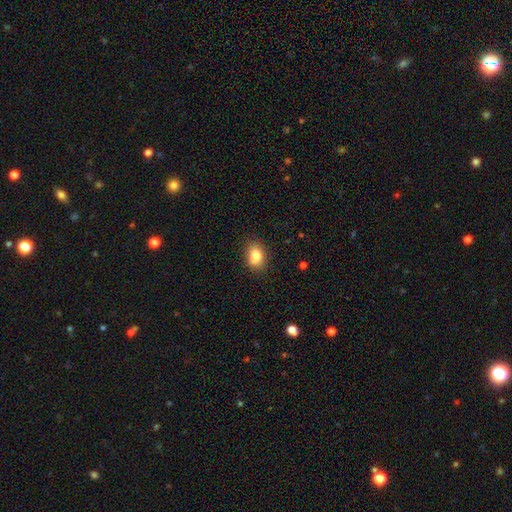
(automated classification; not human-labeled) Smooth or featured?
  - smooth: 82% *
  - star or artifact: 9%
  - featured or disk: 9%
How rounded?
  - in between: 75% *
  - round: 23%
  - cigar-shaped: 1%
Merging?
  - none: 69% *
  - minor disturbance: 19%
  - merger: 7%
  - major disturbance: 4%